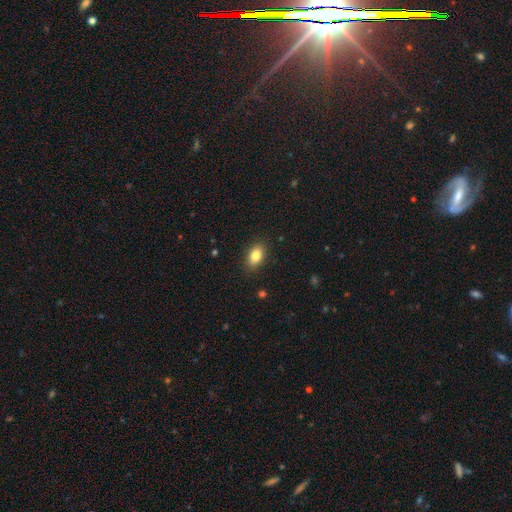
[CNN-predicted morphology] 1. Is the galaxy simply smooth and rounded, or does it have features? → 83% smooth, 9% featured or disk, 8% star or artifact.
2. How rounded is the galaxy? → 87% in between, 10% round, 3% cigar-shaped.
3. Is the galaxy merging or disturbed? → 87% none, 10% minor disturbance, 2% major disturbance, 1% merger.